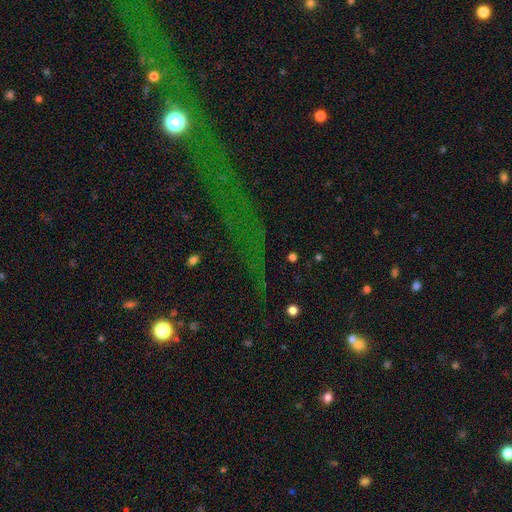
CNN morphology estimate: Overall: star or artifact (75%).